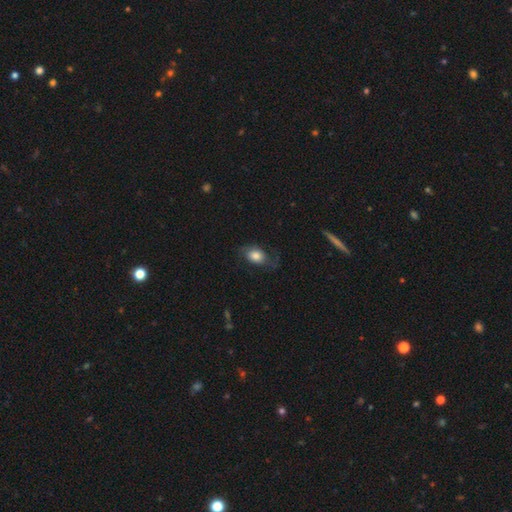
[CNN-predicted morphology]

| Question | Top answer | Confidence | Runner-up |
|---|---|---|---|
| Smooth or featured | smooth | 66% | featured or disk (26%) |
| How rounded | in between | 75% | round (24%) |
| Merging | none | 57% | minor disturbance (24%) |